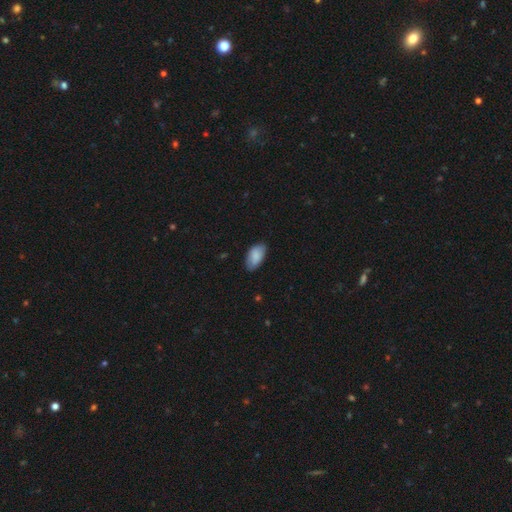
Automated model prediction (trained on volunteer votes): Smooth or featured?
  - smooth: 84% *
  - featured or disk: 10%
  - star or artifact: 6%
How rounded?
  - in between: 95% *
  - round: 3%
  - cigar-shaped: 2%
Merging?
  - none: 77% *
  - minor disturbance: 19%
  - major disturbance: 3%
  - merger: 1%